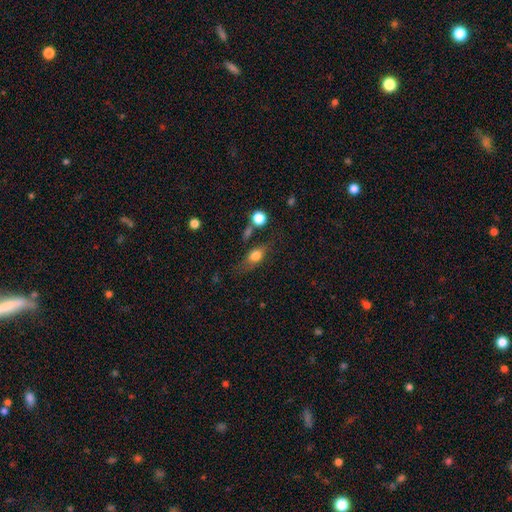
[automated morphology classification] type=smooth (71%); roundness=in between (71%); merging=none (60%).